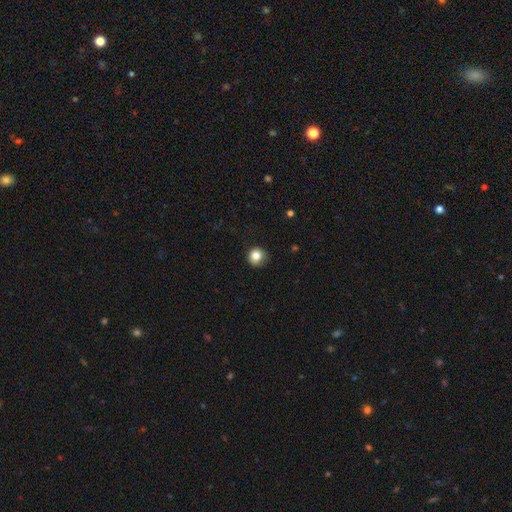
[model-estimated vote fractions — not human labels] Smooth or featured? smooth (82%)
How rounded? round (92%)
Merging? none (81%)